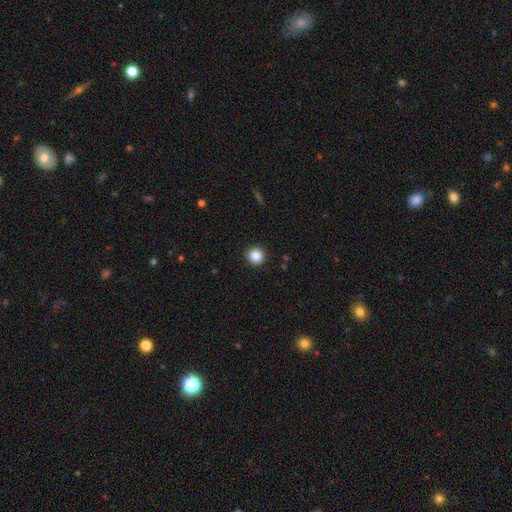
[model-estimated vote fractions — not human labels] A smooth galaxy with no disk features (85%) that is round (95%).

Vote fractions:
- Smooth or featured? smooth: 85% / star or artifact: 10% / featured or disk: 4%
- How rounded? round: 95% / in between: 4% / cigar-shaped: 1%
- Merging? none: 92% / minor disturbance: 5% / major disturbance: 2% / merger: 1%